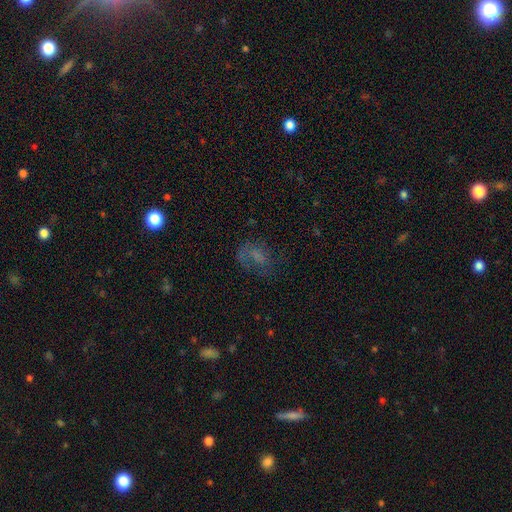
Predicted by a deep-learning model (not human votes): Smooth or featured? Predicted: smooth (p=0.40). Merging? Predicted: none (p=0.44).